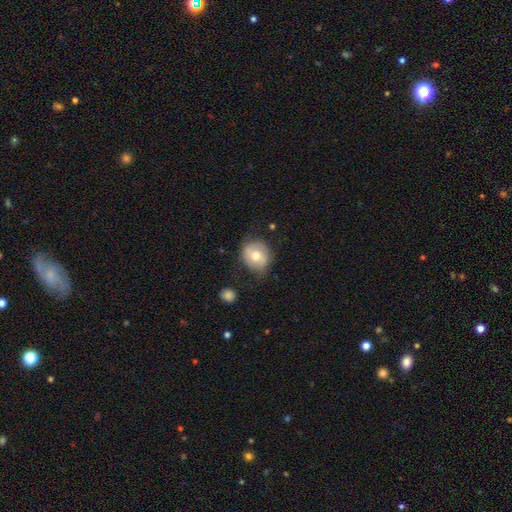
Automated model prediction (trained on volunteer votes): This appears to be a smooth galaxy with no disk features (67%) that is round (78%). Merging: none (66%).